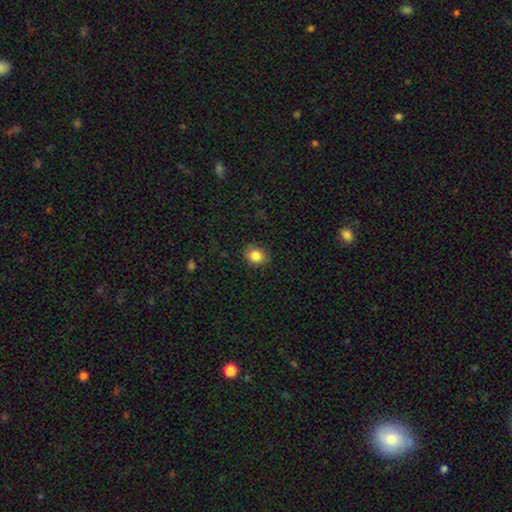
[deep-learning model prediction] Overall: smooth (84%). How rounded: round (59%; in between 40%). Merging: none (86%).